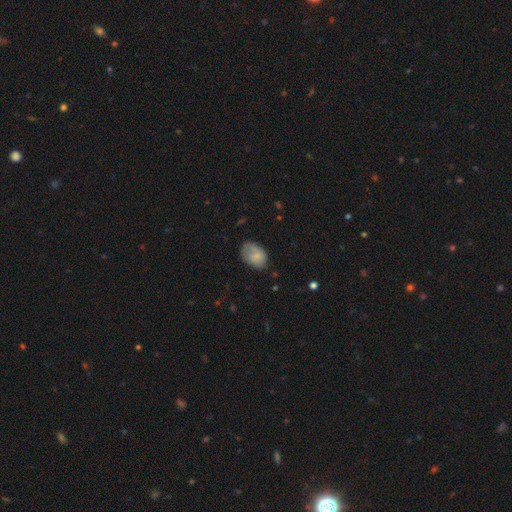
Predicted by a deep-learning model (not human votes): Smooth or featured? Predicted: smooth (p=0.78). How rounded? Predicted: in between (p=0.84). Merging? Predicted: none (p=0.60).